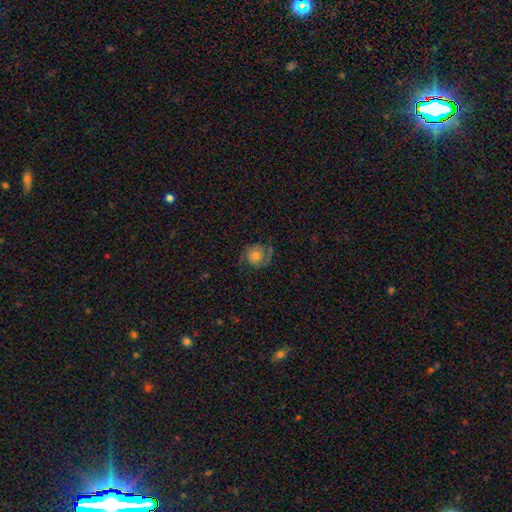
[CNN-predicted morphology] smooth-or-featured: featured or disk: 62% | smooth: 29% | star or artifact: 9%
  disk-edge-on: no: 97% | yes: 3%
    bar: no: 78% | weak: 19% | strong: 3%
    has-spiral-arms: yes: 91% | no: 9%
      spiral-winding: medium: 44% | tight: 33% | loose: 23%
      spiral-arm-count: 2: 85% | can't tell: 6% | 1: 5% | 3: 2% | 4: 1% | more than 4: 1%
    bulge-size: moderate: 55% | small: 21% | large: 17% | none: 4% | dominant: 3%
  merging: none: 72% | minor disturbance: 18% | major disturbance: 9% | merger: 1%